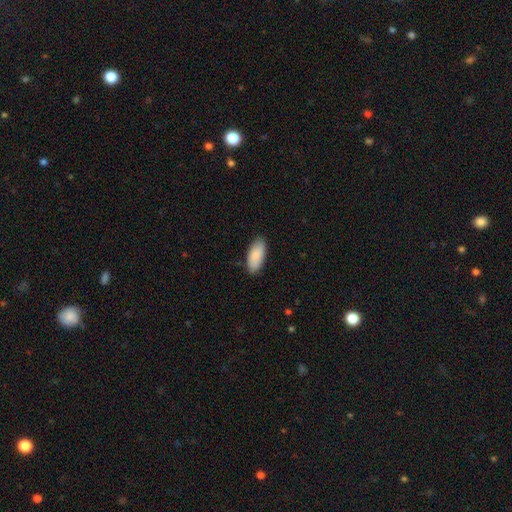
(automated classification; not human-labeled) Smooth or featured? smooth (88%)
How rounded? in between (89%)
Merging? none (85%)